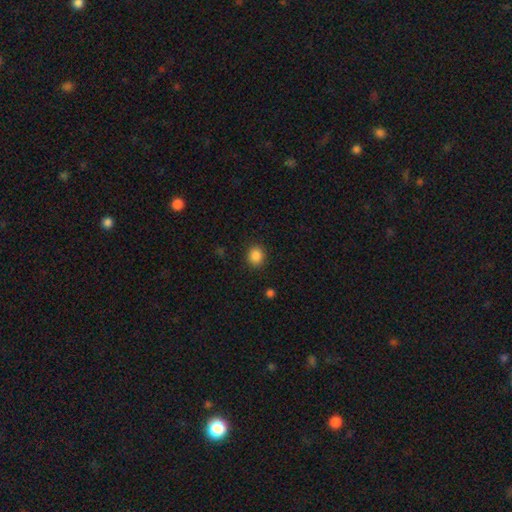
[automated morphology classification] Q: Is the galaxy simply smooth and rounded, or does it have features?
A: smooth — 87%.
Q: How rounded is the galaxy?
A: round — 82%.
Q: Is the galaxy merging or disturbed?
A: none — 90%.